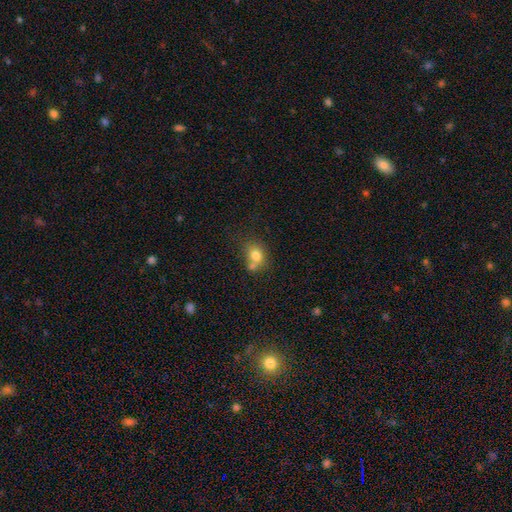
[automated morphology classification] A smooth galaxy with no disk features (77%) that is round (58%). Merging: none (49%).